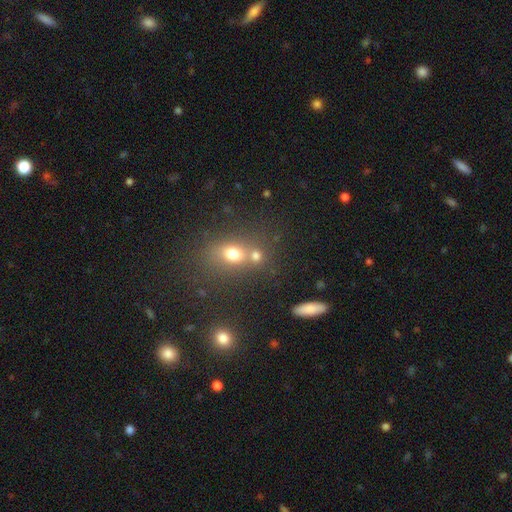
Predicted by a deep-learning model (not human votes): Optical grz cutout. It shows a smooth galaxy with no disk features (70%) that is round (63%). Merging: none (44%).